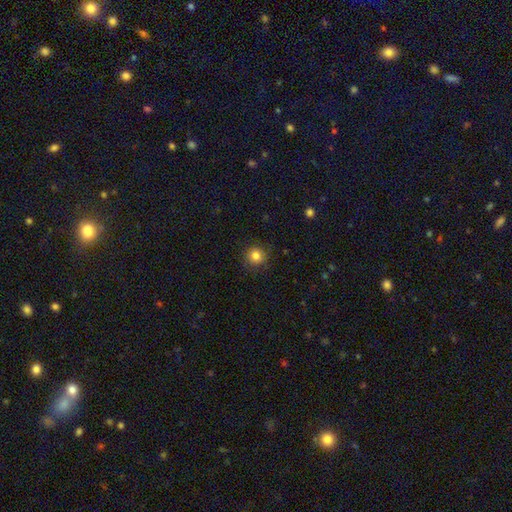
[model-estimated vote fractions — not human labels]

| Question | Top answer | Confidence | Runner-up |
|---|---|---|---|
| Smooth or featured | smooth | 82% | star or artifact (12%) |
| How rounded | round | 93% | in between (6%) |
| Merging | none | 89% | minor disturbance (8%) |